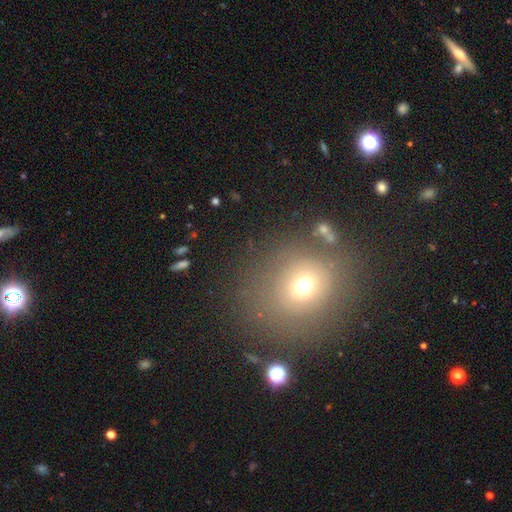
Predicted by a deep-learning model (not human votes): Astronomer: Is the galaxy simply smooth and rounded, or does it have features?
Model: smooth — 60%.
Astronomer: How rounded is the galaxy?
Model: round — 82%.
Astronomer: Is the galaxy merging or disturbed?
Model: none — 81%.